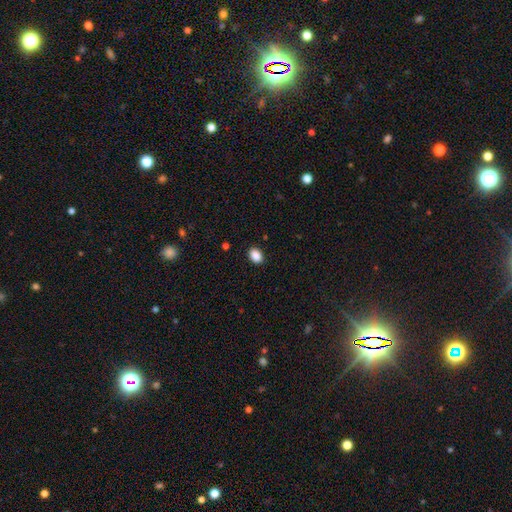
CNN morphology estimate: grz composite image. It shows a smooth galaxy with no disk features (89%) that is in between round and cigar-shaped (78%). Merging: none (90%).